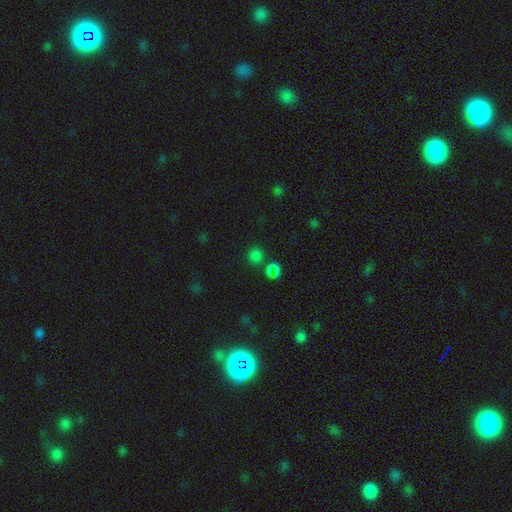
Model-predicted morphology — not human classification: Smooth or featured?
  - smooth: 65% *
  - star or artifact: 30%
  - featured or disk: 5%
How rounded?
  - round: 88% *
  - in between: 11%
  - cigar-shaped: 1%
Merging?
  - none: 79% *
  - minor disturbance: 9%
  - merger: 8%
  - major disturbance: 4%